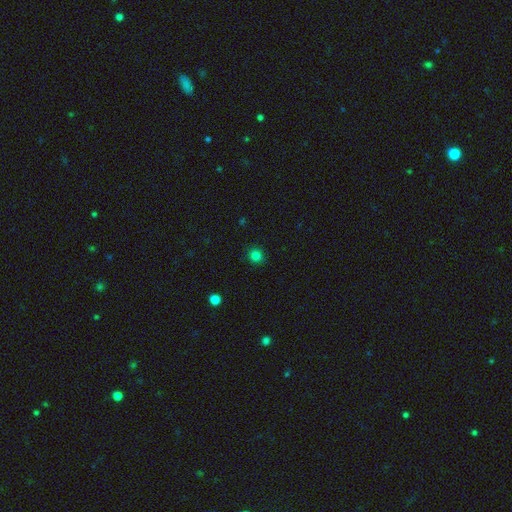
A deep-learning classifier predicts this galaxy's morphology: Smooth or featured? smooth (81%)
How rounded? round (88%)
Merging? none (90%)